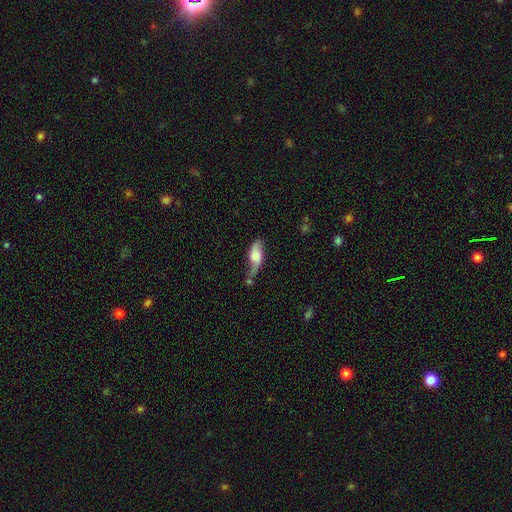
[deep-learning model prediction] This is possibly a featured or disk galaxy (51%). It is likely not viewed edge-on (77%). Merging: marginally none (38%).